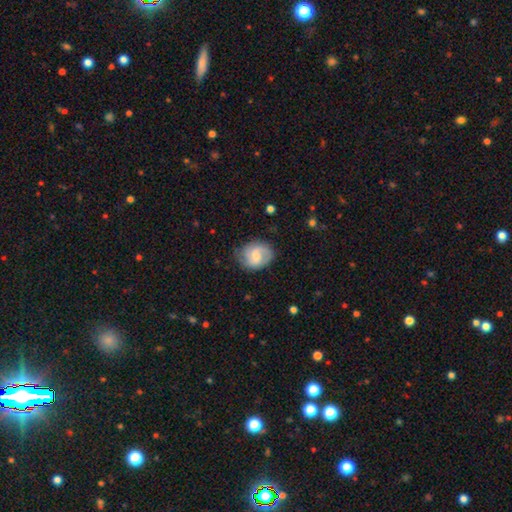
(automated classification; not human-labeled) A featured or disk galaxy (64%) with a weak bar (57%), 2 (79%) medium (48%) spiral arms (91%) and a moderate central bulge (45%). Merging: none (75%).